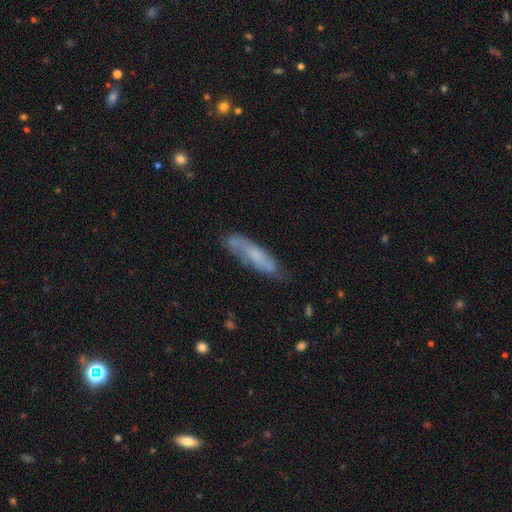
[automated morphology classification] This appears to be a smooth galaxy with no disk features (49%). Merging: none (68%).